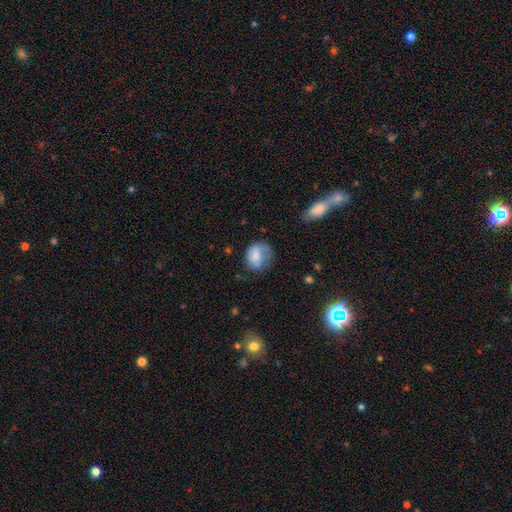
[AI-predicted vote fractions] smooth-or-featured: smooth: 69% | featured or disk: 23% | star or artifact: 8%
  how-rounded: round: 60% | in between: 39% | cigar-shaped: 1%
  merging: none: 47% | minor disturbance: 31% | major disturbance: 20% | merger: 2%